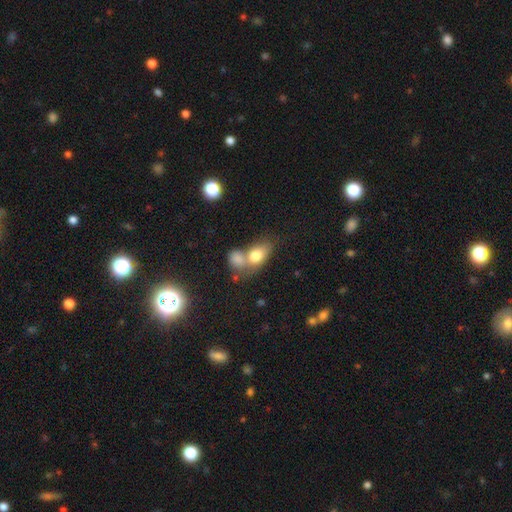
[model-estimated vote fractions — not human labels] smooth_or_featured: smooth (p=0.77) [alt: featured or disk p=0.15]
how_rounded: in between (p=0.79) [alt: round p=0.18]
merging: merger (p=0.54) [alt: none p=0.29]